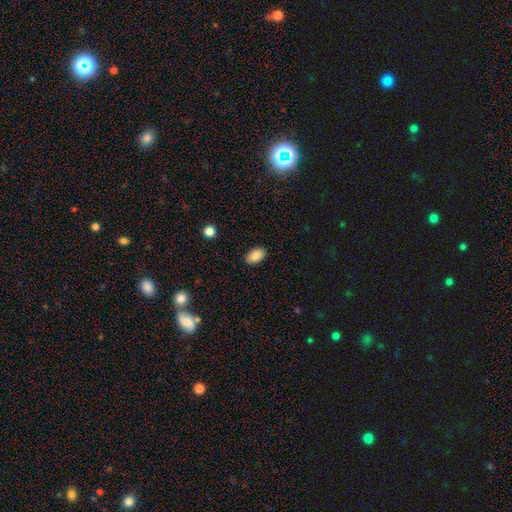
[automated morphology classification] Smooth or featured?
  - smooth: 87% *
  - star or artifact: 8%
  - featured or disk: 5%
How rounded?
  - in between: 92% *
  - round: 7%
  - cigar-shaped: 1%
Merging?
  - none: 89% *
  - minor disturbance: 8%
  - major disturbance: 2%
  - merger: 1%